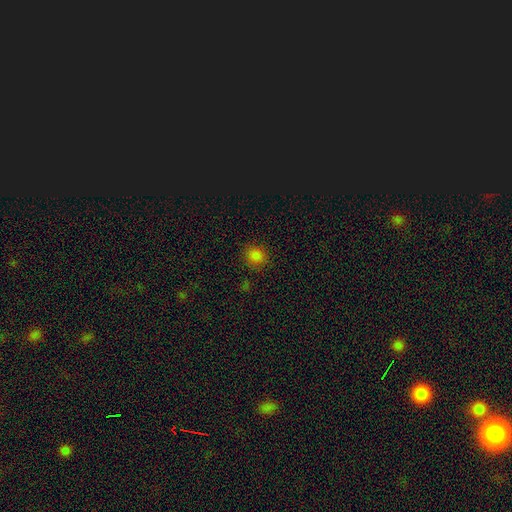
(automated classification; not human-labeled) This is clearly a smooth galaxy (81%). How rounded: clearly round (84%). Merging: clearly none (87%).